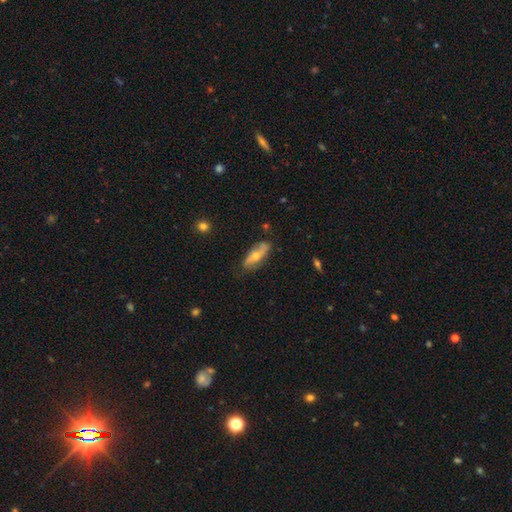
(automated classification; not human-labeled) Smooth or featured: featured or disk — 54% (smooth — 39%)
Edge-on disk: no — 70% (yes — 30%)
Merging: none — 77% (minor disturbance — 18%)